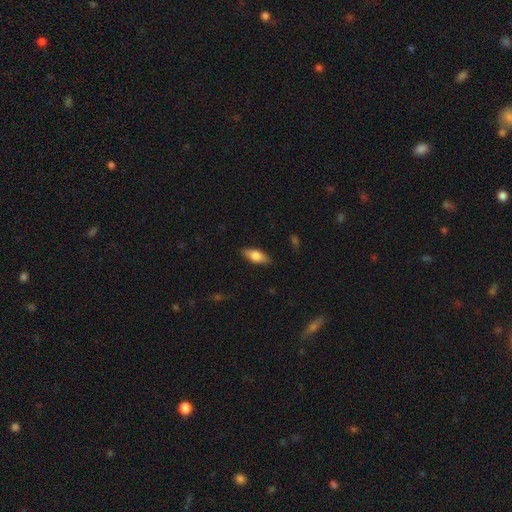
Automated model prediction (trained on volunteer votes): The model was most divided on "smooth or featured": smooth: 70%, featured or disk: 24%, star or artifact: 6%. More confident: merging — none (86%); how rounded — in between (76%).